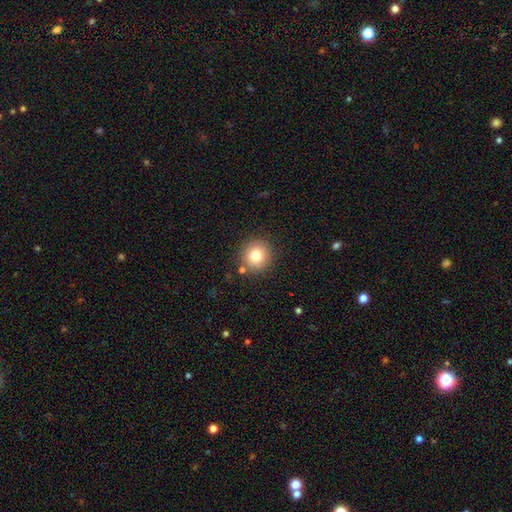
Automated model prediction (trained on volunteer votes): Smooth or featured? smooth (79%)
How rounded? round (91%)
Merging? none (86%)